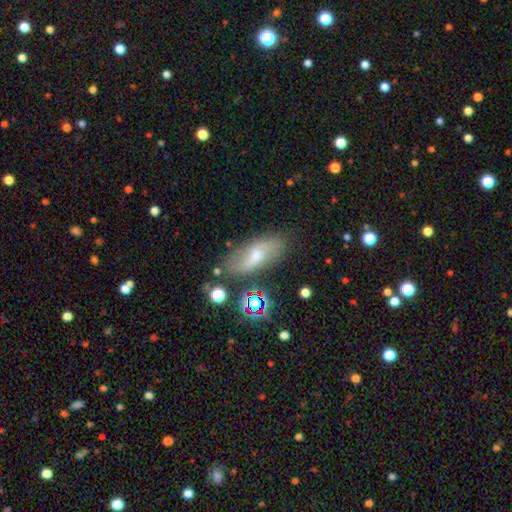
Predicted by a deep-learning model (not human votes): featured or disk 44%, smooth 43%, star or artifact 13%. Down the decision tree: merging — none (73%).